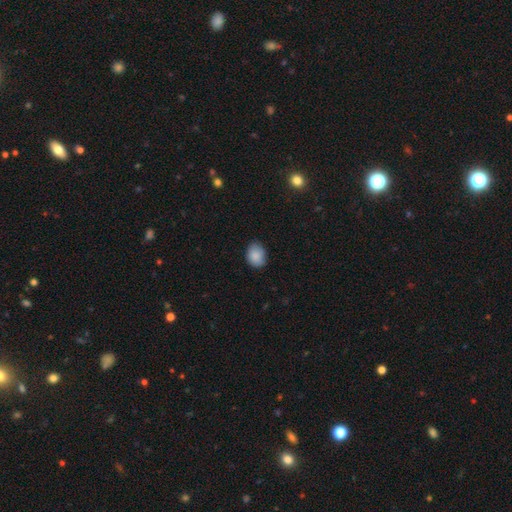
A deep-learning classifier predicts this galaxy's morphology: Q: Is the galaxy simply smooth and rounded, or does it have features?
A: smooth — 88%.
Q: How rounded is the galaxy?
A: in between — 62%.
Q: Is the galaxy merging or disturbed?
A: none — 76%.